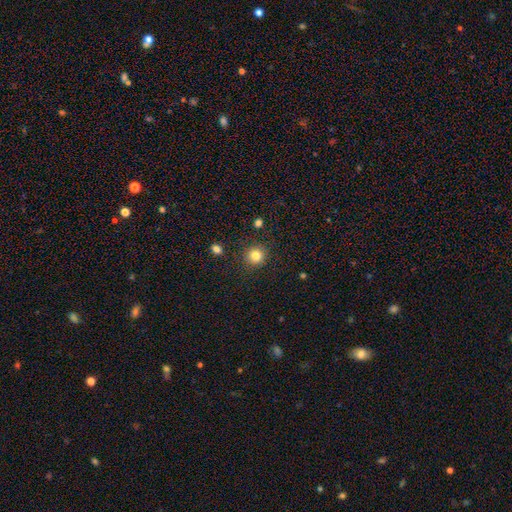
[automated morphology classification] This appears to be a smooth galaxy with no disk features (82%) that is round (93%). Merging: none (90%).